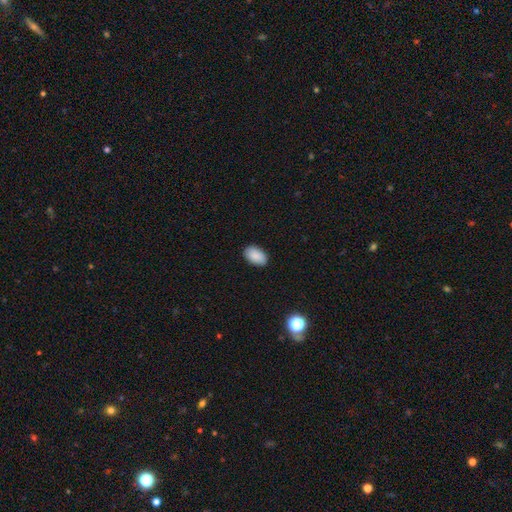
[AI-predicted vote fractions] Smooth or featured? smooth (90%)
How rounded? in between (92%)
Merging? none (88%)